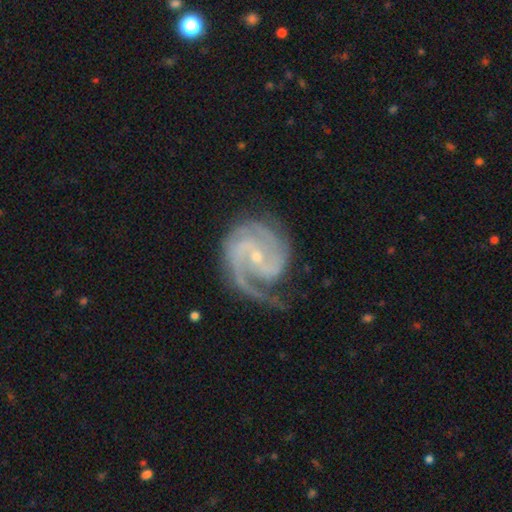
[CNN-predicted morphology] Smooth or featured? featured or disk (91%)
Edge-on disk? no (98%)
Bar? weak (42%, tied with no)
Spiral arms? yes (98%)
Spiral winding? tight (47%)
Spiral arm count? 2 (50%)
Bulge size? small (74%)
Merging? none (66%)